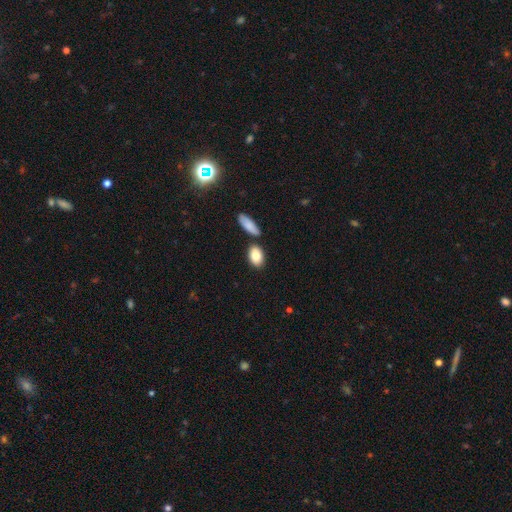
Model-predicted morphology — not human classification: Smooth or featured? smooth (84%)
How rounded? in between (86%)
Merging? none (72%)